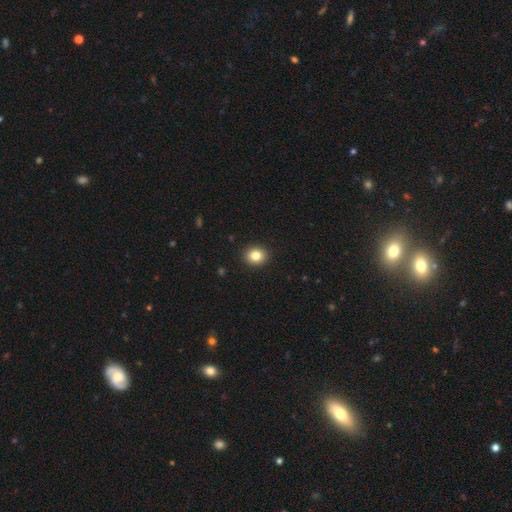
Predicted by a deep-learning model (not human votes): smooth-or-featured: smooth: 83% | star or artifact: 10% | featured or disk: 7%
  how-rounded: round: 71% | in between: 28% | cigar-shaped: 1%
  merging: none: 92% | minor disturbance: 6% | major disturbance: 2% | merger: 1%